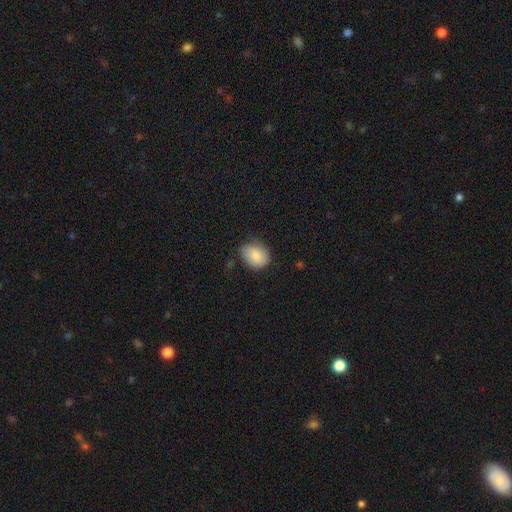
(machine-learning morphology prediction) Q: Smooth or featured?
A: smooth (83%); runner-up: featured or disk (10%)
Q: How rounded?
A: in between (53%); runner-up: round (46%)
Q: Merging?
A: none (65%); runner-up: minor disturbance (27%)